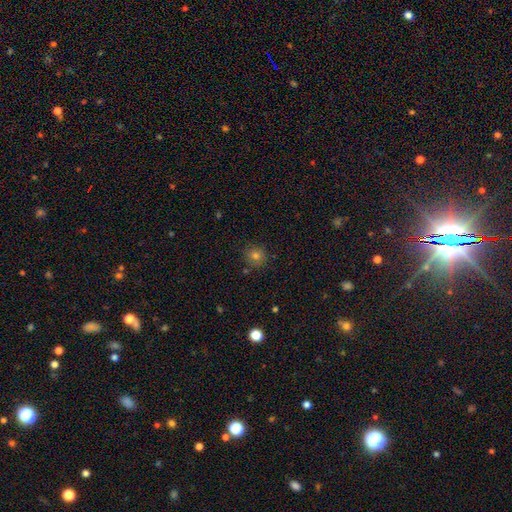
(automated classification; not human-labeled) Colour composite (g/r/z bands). It shows a smooth galaxy with no disk features (75%) that is round (92%). Merging: none (86%).